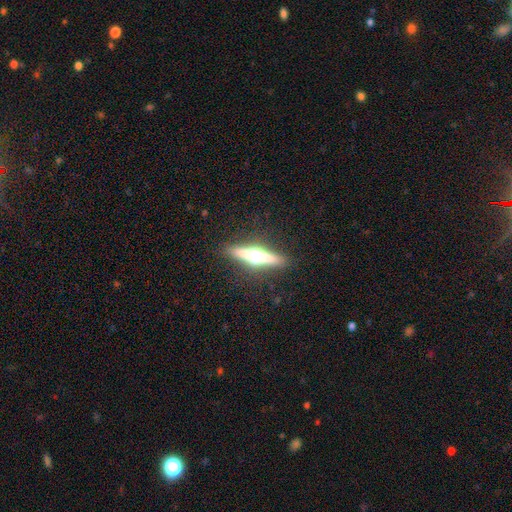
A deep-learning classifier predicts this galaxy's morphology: Overall: featured or disk (71%). Edge-on disk: yes (97%). Edge-on bulge: rounded (94%). Merging: none (88%).